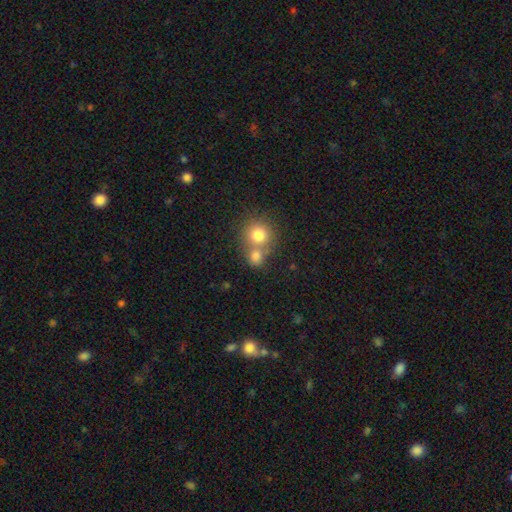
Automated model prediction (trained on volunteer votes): A smooth galaxy with no disk features (78%) that is round (80%). Merging: merger (49%).